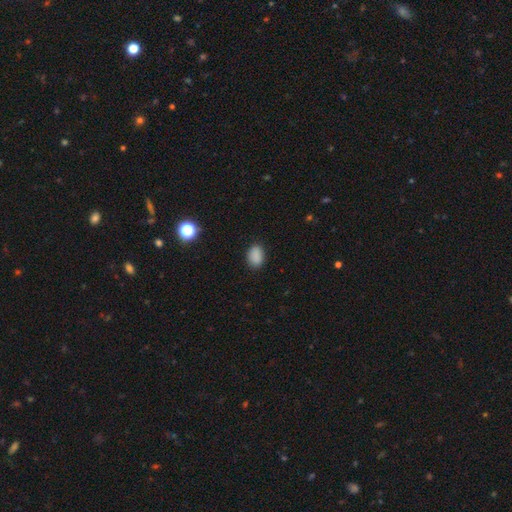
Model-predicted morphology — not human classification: type=smooth (87%); roundness=in between (80%); merging=none (86%).